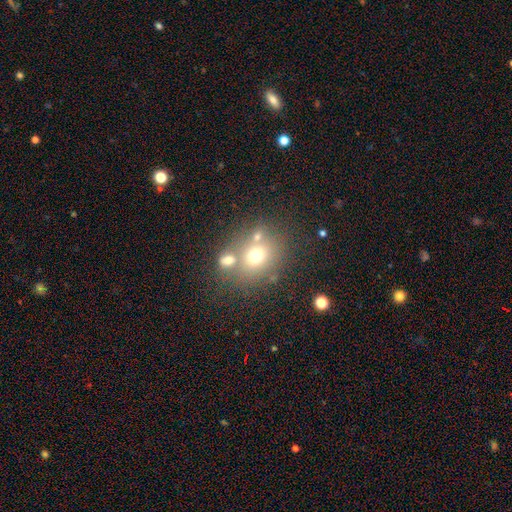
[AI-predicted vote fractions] Q: Smooth or featured?
A: smooth (66%); runner-up: featured or disk (18%)
Q: How rounded?
A: round (65%); runner-up: in between (34%)
Q: Merging?
A: none (52%); runner-up: merger (32%)